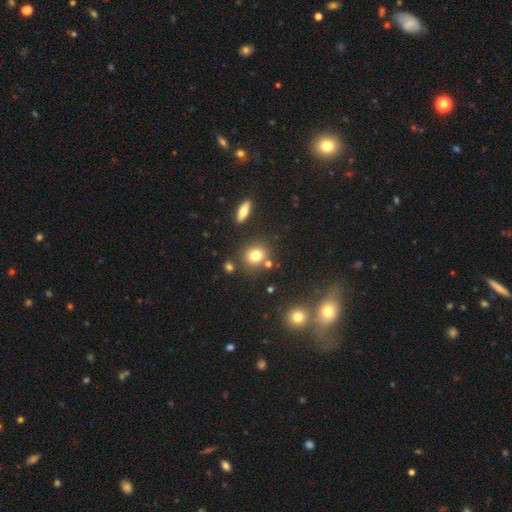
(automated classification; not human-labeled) A smooth galaxy with no disk features (78%) that is round (73%). Merging: none (78%).